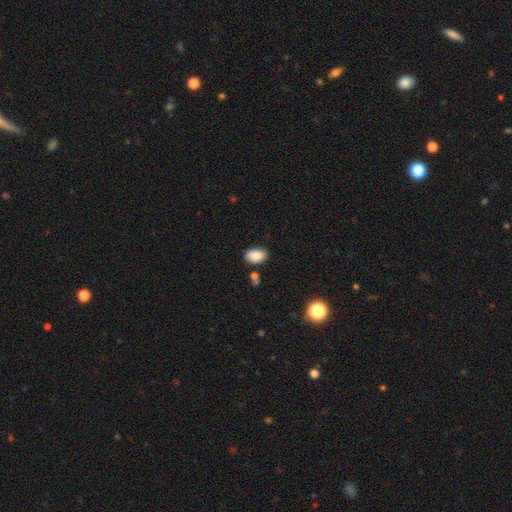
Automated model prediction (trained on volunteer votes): smooth-or-featured: smooth: 87% | star or artifact: 8% | featured or disk: 4%
  how-rounded: in between: 87% | round: 12% | cigar-shaped: 1%
  merging: none: 77% | minor disturbance: 15% | merger: 5% | major disturbance: 3%